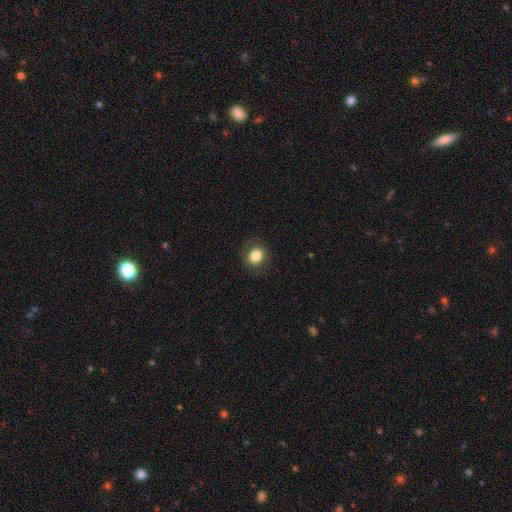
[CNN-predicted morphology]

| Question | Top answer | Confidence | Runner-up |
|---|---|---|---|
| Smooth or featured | smooth | 82% | star or artifact (10%) |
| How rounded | round | 75% | in between (24%) |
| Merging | none | 84% | minor disturbance (11%) |